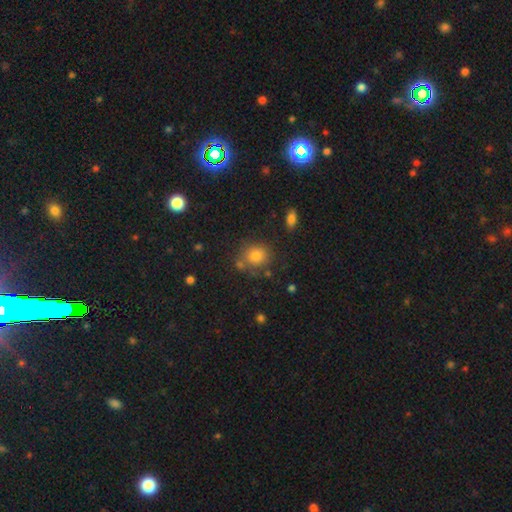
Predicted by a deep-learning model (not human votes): Smooth or featured: smooth — 79% (star or artifact — 13%)
How rounded: round — 77% (in between — 22%)
Merging: none — 70% (minor disturbance — 14%)